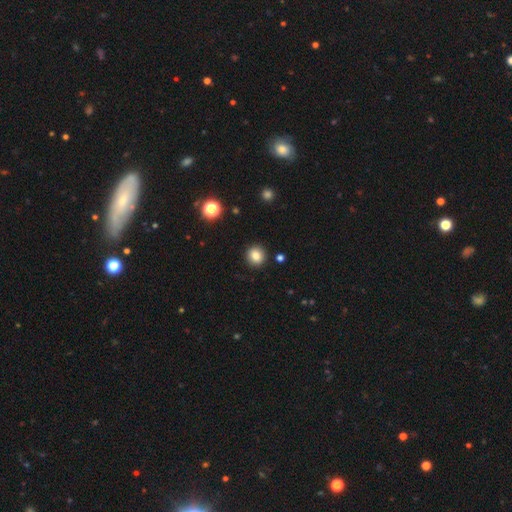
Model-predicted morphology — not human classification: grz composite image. It shows a smooth galaxy with no disk features (83%) that is round (90%). Merging: none (91%).